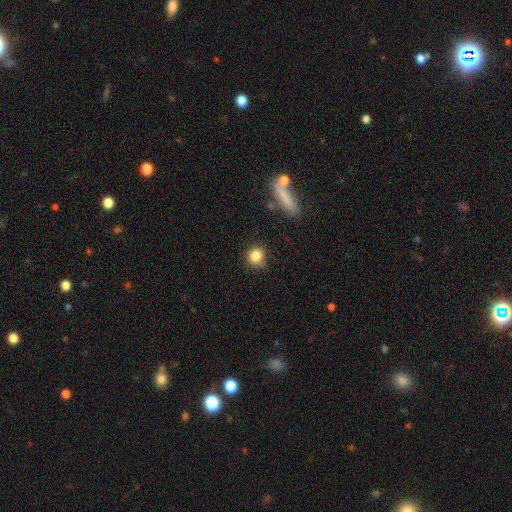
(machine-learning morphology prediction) Q: Smooth or featured?
A: smooth (83%); runner-up: star or artifact (10%)
Q: How rounded?
A: round (88%); runner-up: in between (11%)
Q: Merging?
A: none (74%); runner-up: minor disturbance (18%)